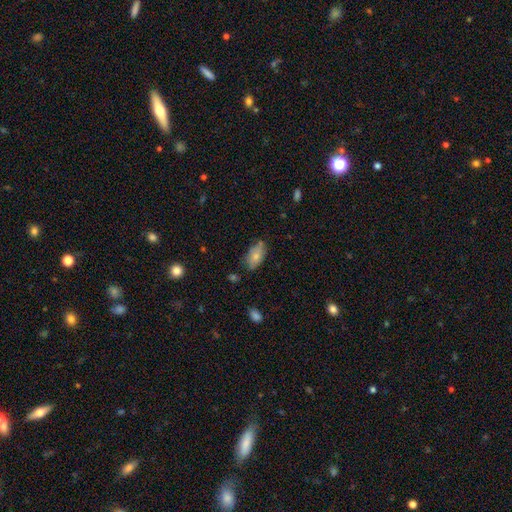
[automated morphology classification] Smooth or featured: smooth — 78% (featured or disk — 15%)
How rounded: in between — 93% (round — 4%)
Merging: none — 69% (minor disturbance — 22%)